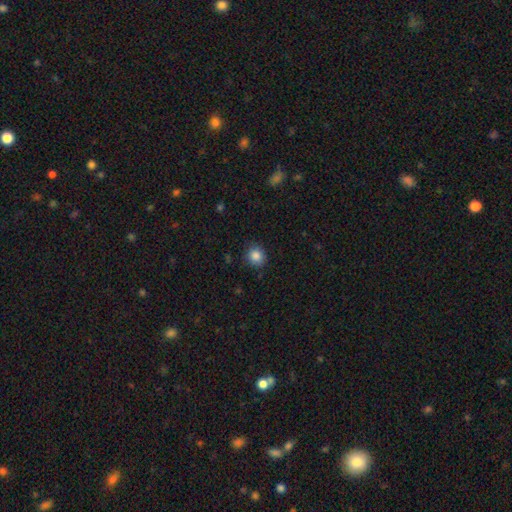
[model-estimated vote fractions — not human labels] The model was most divided on "how rounded": round: 84%, in between: 15%, cigar-shaped: 1%. More confident: merging — none (87%); smooth or featured — smooth (86%).